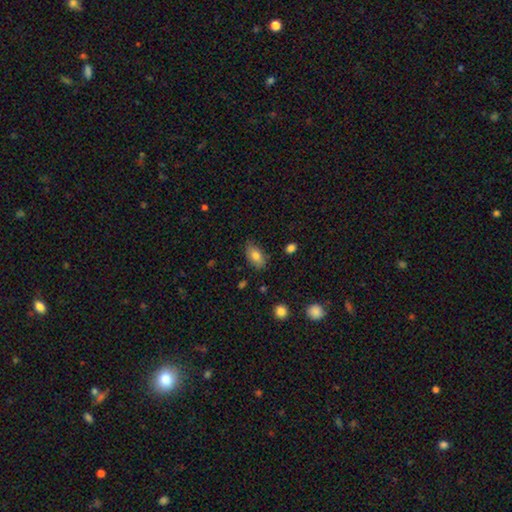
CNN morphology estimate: Q: Smooth or featured?
A: smooth (81%); runner-up: featured or disk (12%)
Q: How rounded?
A: in between (91%); runner-up: round (6%)
Q: Merging?
A: none (79%); runner-up: minor disturbance (16%)